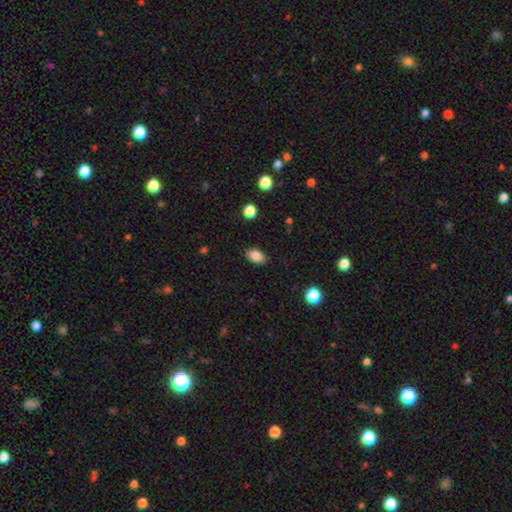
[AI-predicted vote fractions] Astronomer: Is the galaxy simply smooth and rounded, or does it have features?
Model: smooth — 86%.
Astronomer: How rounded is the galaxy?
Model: in between — 90%.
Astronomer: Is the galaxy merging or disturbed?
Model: none — 86%.